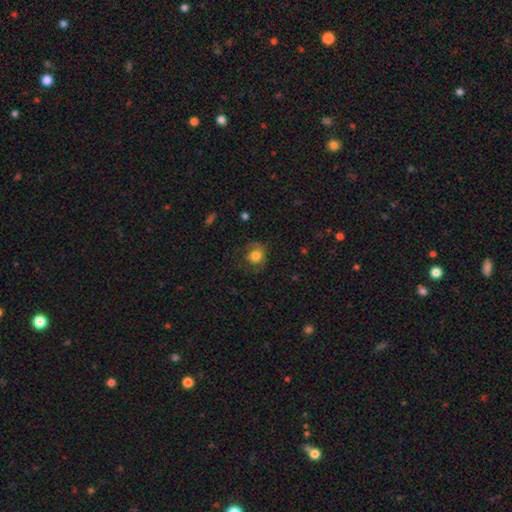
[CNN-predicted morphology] This is likely a smooth galaxy (77%). How rounded: clearly round (80%). Merging: likely none (65%).